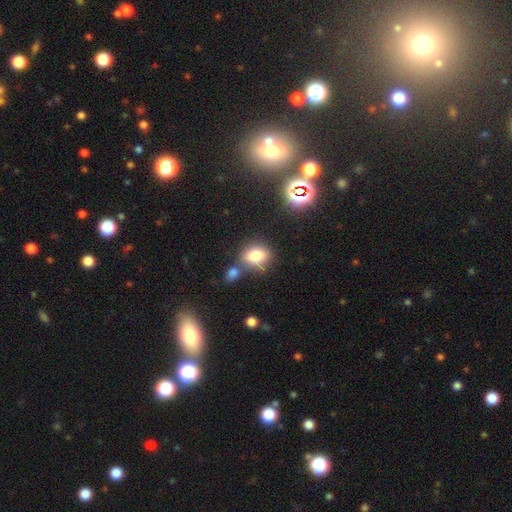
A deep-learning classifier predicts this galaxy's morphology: Smooth or featured?
  - smooth: 76% *
  - star or artifact: 13%
  - featured or disk: 11%
How rounded?
  - in between: 61% *
  - round: 37%
  - cigar-shaped: 2%
Merging?
  - none: 54% *
  - merger: 23%
  - minor disturbance: 17%
  - major disturbance: 7%